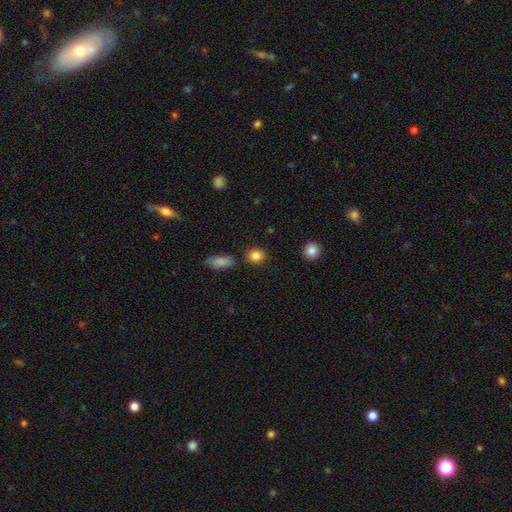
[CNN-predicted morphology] This appears to be a smooth galaxy with no disk features (86%) that is round (72%). Merging: none (86%).